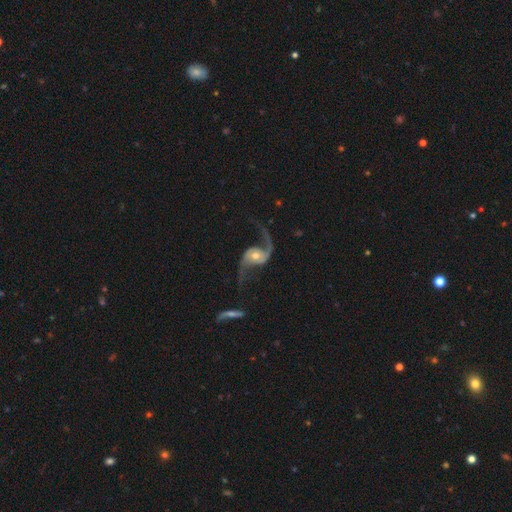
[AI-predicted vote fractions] A featured or disk galaxy (91%) with no bar (62%), 2 (94%) loose (84%) spiral arms (97%) and a moderate central bulge (61%).

Vote fractions:
- Smooth or featured? featured or disk: 91% / star or artifact: 5% / smooth: 4%
- Edge-on disk? no: 97% / yes: 3%
- Bar? no: 62% / weak: 26% / strong: 12%
- Spiral arms? yes: 97% / no: 3%
- Spiral winding? loose: 84% / medium: 13% / tight: 3%
- Spiral arm count? 2: 94% / 1: 2% / can't tell: 1% / 3: 1% / 4: 1% / more than 4: 1%
- Bulge size? moderate: 61% / small: 29% / large: 6% / none: 2% / dominant: 2%
- Merging? none: 67% / minor disturbance: 15% / major disturbance: 14% / merger: 4%